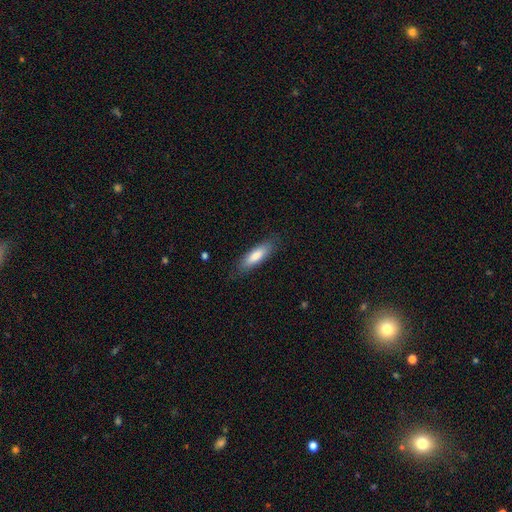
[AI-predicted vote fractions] smooth-or-featured: smooth: 79% | featured or disk: 15% | star or artifact: 6%
  how-rounded: cigar-shaped: 58% | in between: 40% | round: 1%
  merging: none: 83% | minor disturbance: 13% | major disturbance: 3% | merger: 1%